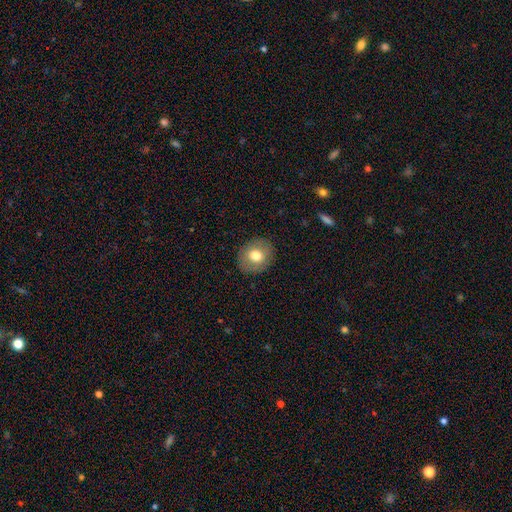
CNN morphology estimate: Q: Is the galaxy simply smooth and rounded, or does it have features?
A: smooth — 74%.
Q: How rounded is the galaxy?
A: round — 72%.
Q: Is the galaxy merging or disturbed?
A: none — 89%.